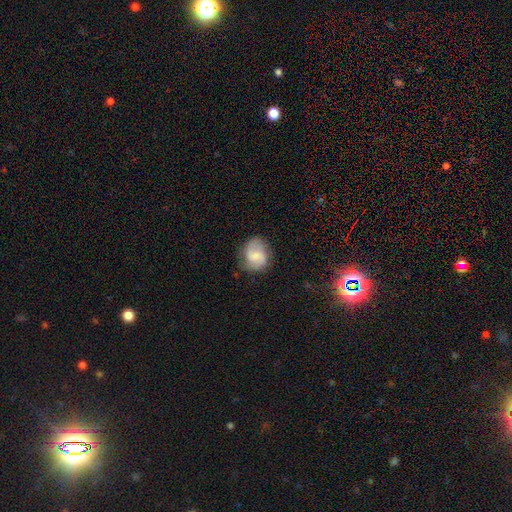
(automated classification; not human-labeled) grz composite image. It shows a featured or disk galaxy (61%) with a weak bar (51%), 2 (87%) medium (49%) spiral arms (93%) and a small central bulge (34%). Merging: none (76%).